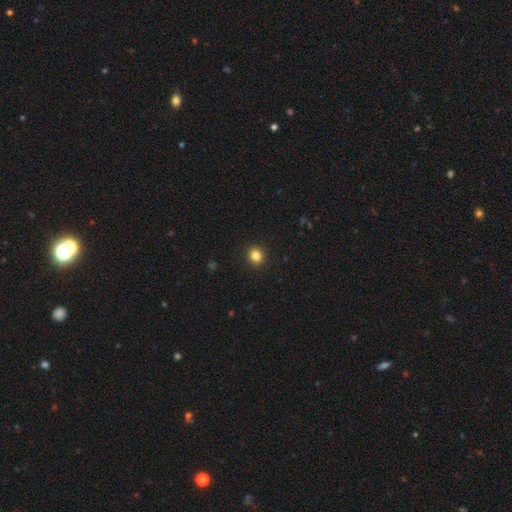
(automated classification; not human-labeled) The model was most divided on "how rounded": round: 75%, in between: 24%, cigar-shaped: 1%. More confident: merging — none (92%); smooth or featured — smooth (85%).